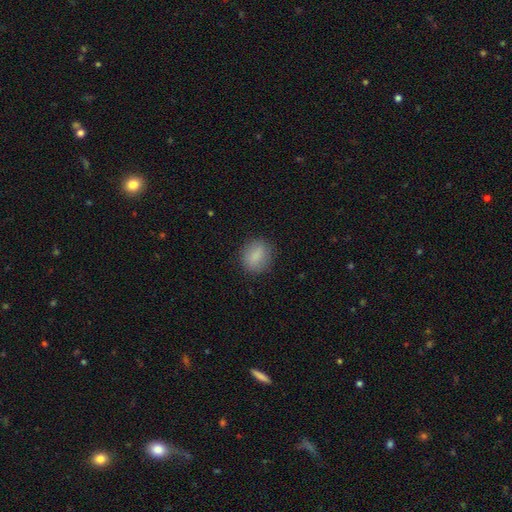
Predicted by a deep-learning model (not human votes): Smooth or featured: smooth — 83% (featured or disk — 9%)
How rounded: round — 54% (in between — 44%)
Merging: none — 83% (minor disturbance — 12%)